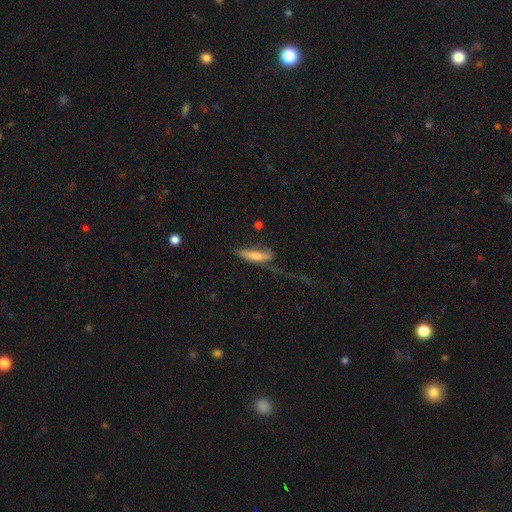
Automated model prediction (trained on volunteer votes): Q: Smooth or featured?
A: smooth (61%); runner-up: featured or disk (32%)
Q: How rounded?
A: cigar-shaped (66%); runner-up: in between (32%)
Q: Merging?
A: major disturbance (43%); runner-up: none (30%)